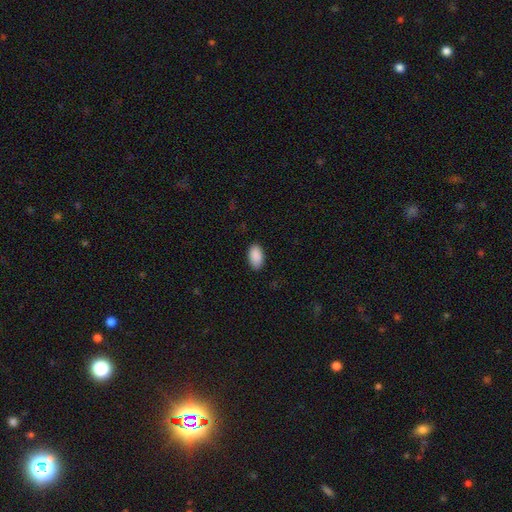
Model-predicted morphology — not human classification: smooth_or_featured: smooth (p=0.91) [alt: star or artifact p=0.07]
how_rounded: in between (p=0.94) [alt: round p=0.04]
merging: none (p=0.86) [alt: minor disturbance p=0.10]